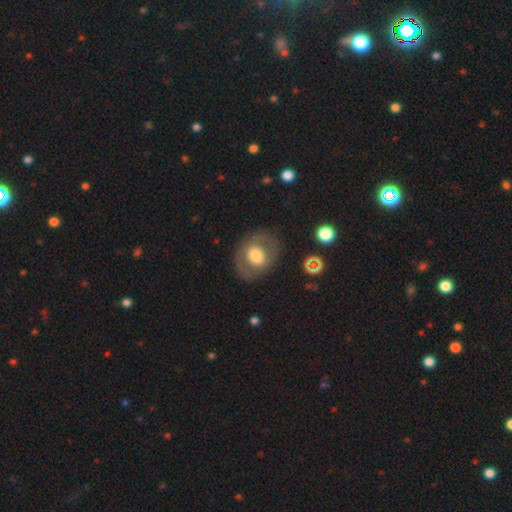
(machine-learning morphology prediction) Smooth or featured? Predicted: smooth (p=0.54). How rounded? Predicted: round (p=0.50). Merging? Predicted: none (p=0.79).